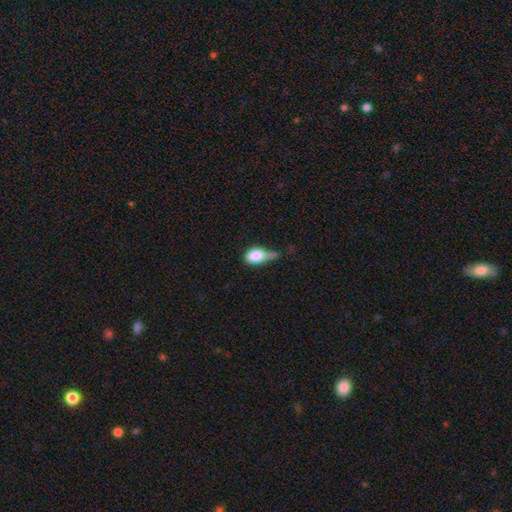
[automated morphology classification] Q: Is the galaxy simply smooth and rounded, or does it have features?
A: smooth — 77%.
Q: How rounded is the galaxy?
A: in between — 75%.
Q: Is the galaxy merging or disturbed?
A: minor disturbance — 36%.